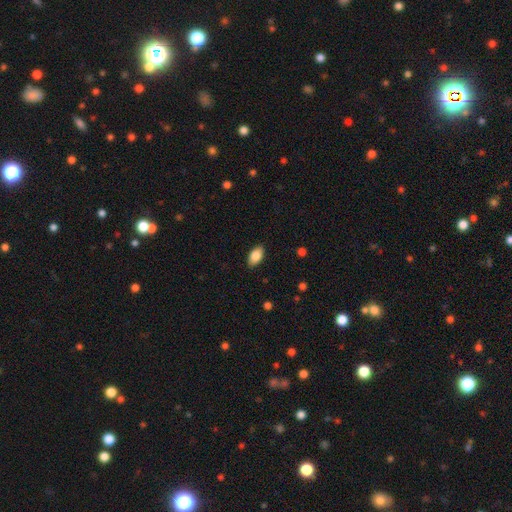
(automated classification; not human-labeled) Smooth or featured? Predicted: smooth (p=0.87). How rounded? Predicted: in between (p=0.93). Merging? Predicted: none (p=0.88).